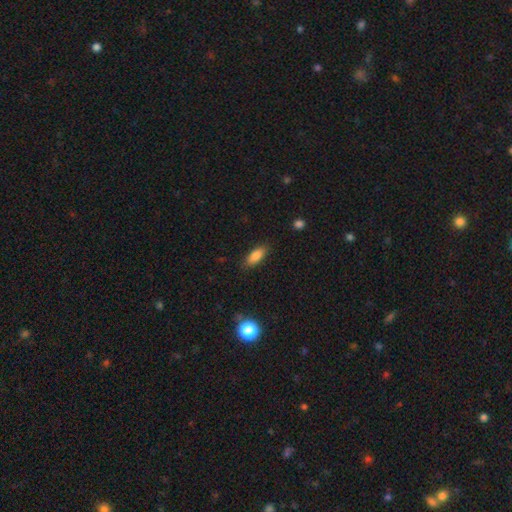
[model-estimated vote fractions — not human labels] The model was most divided on "how rounded": in between: 78%, cigar-shaped: 20%, round: 3%. More confident: merging — none (85%); smooth or featured — smooth (84%).